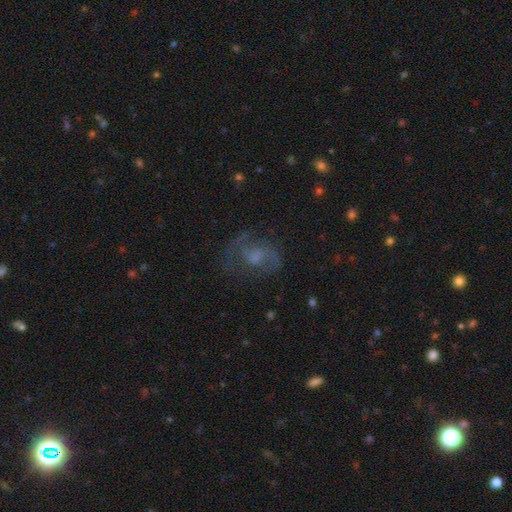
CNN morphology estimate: Smooth or featured: featured or disk — 62% (smooth — 23%)
Edge-on disk: no — 97% (yes — 3%)
Bar: no — 60% (weak — 34%)
Spiral arms: yes — 80% (no — 20%)
Bulge size: moderate — 34% (tied with small — 34%)
Merging: none — 56% (major disturbance — 22%)